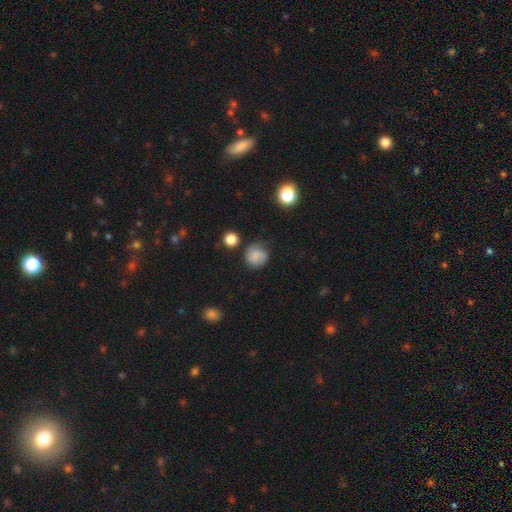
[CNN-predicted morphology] type=smooth (69%); roundness=round (85%); merging=none (68%).